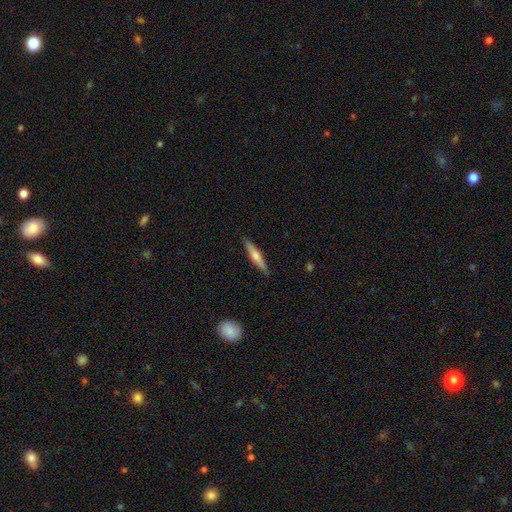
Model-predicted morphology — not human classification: Smooth or featured? Predicted: featured or disk (p=0.48). Merging? Predicted: none (p=0.90).